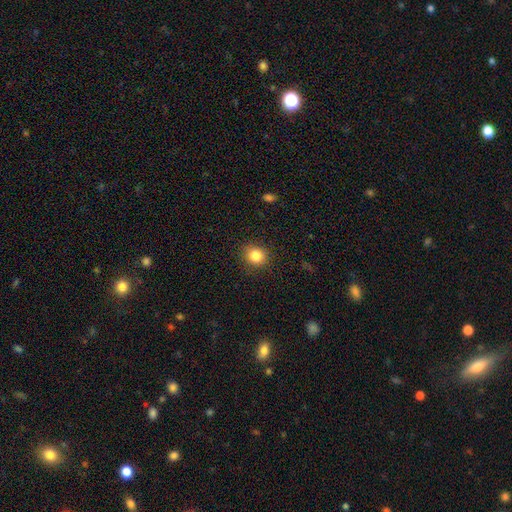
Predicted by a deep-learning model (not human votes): Q: Smooth or featured?
A: smooth (84%); runner-up: star or artifact (11%)
Q: How rounded?
A: round (78%); runner-up: in between (21%)
Q: Merging?
A: none (88%); runner-up: minor disturbance (8%)